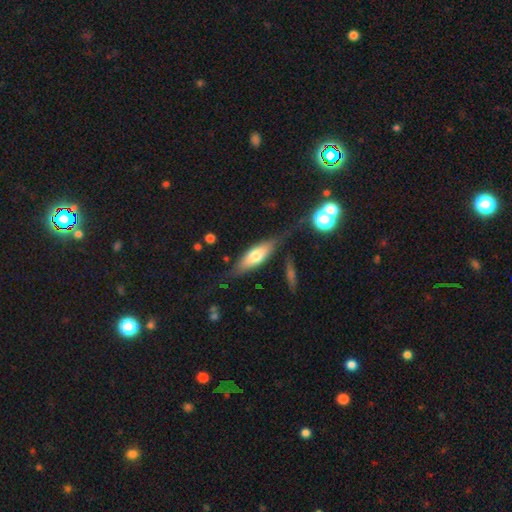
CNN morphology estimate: Smooth or featured? Predicted: smooth (p=0.58). How rounded? Predicted: in between (p=0.51). Merging? Predicted: none (p=0.70).